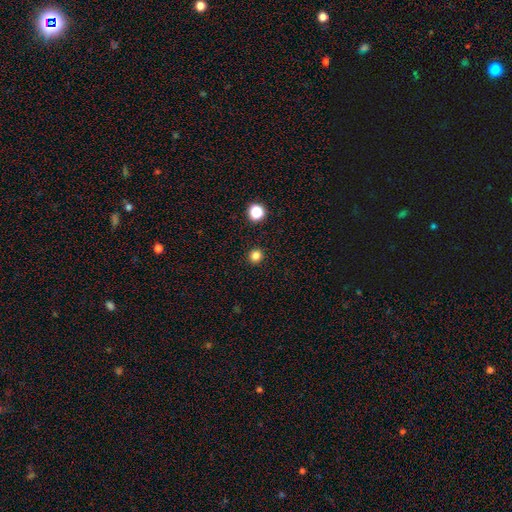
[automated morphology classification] Smooth or featured? Predicted: smooth (p=0.83). How rounded? Predicted: round (p=0.93). Merging? Predicted: none (p=0.92).